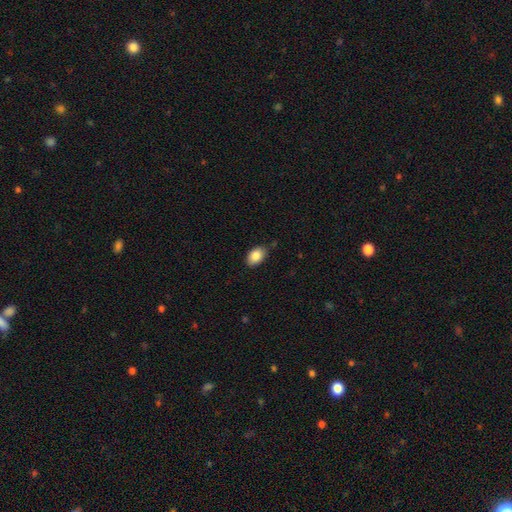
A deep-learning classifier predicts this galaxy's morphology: smooth-or-featured: smooth: 87% | star or artifact: 7% | featured or disk: 6%
  how-rounded: in between: 87% | round: 12% | cigar-shaped: 1%
  merging: none: 81% | minor disturbance: 15% | major disturbance: 2% | merger: 2%